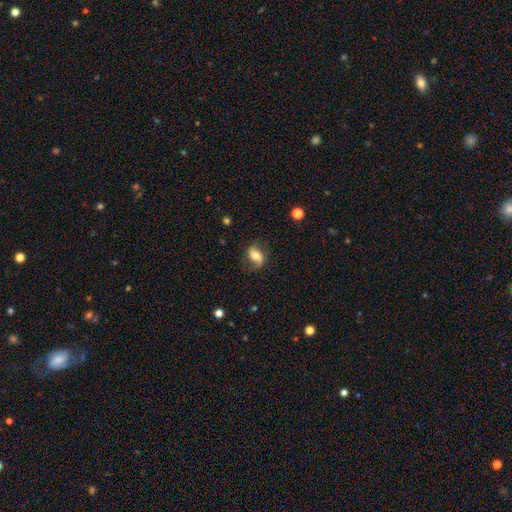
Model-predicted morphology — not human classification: This appears to be a featured or disk galaxy (54%) with no bar (48%), spiral arms (87%) and a moderate central bulge (62%). Merging: none (68%).